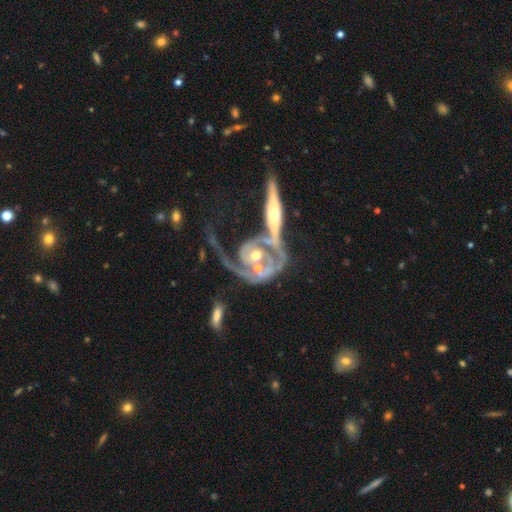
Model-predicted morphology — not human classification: A featured or disk galaxy (88%) with no bar (66%), 2 (58%) tight (47%) spiral arms (91%) and a moderate central bulge (64%).

Vote fractions:
- Smooth or featured? featured or disk: 88% / smooth: 7% / star or artifact: 4%
- Edge-on disk? no: 92% / yes: 8%
- Bar? no: 66% / weak: 24% / strong: 10%
- Spiral arms? yes: 91% / no: 9%
- Spiral winding? tight: 47% / medium: 35% / loose: 18%
- Spiral arm count? 2: 58% / 1: 16% / can't tell: 16% / 3: 5% / 4: 2% / more than 4: 2%
- Bulge size? moderate: 64% / small: 26% / large: 6% / none: 2% / dominant: 1%
- Merging? merger: 53% / none: 18% / major disturbance: 17% / minor disturbance: 11%